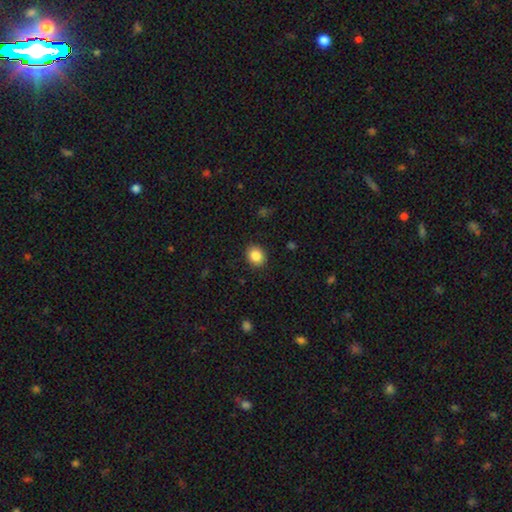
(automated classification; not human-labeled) A smooth galaxy with no disk features (86%) that is round (64%).

Vote fractions:
- Smooth or featured? smooth: 86% / star or artifact: 9% / featured or disk: 5%
- How rounded? round: 64% / in between: 35% / cigar-shaped: 1%
- Merging? none: 89% / minor disturbance: 7% / major disturbance: 2% / merger: 1%